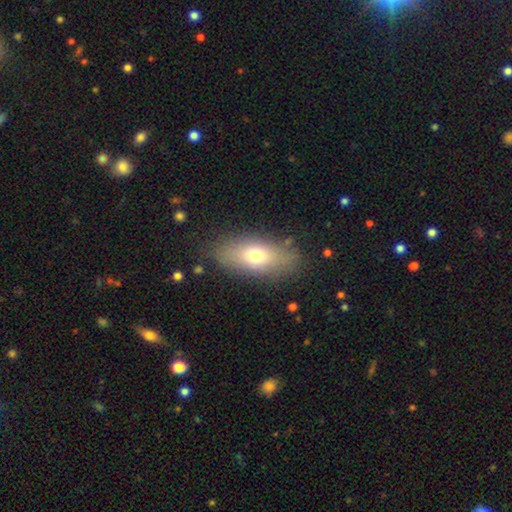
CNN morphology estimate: Smooth or featured? Predicted: smooth (p=0.69). How rounded? Predicted: in between (p=0.81). Merging? Predicted: none (p=0.80).